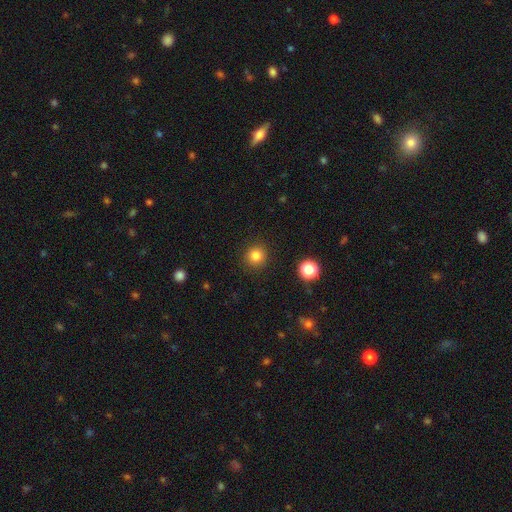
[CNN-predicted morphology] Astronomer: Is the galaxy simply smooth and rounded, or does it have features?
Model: smooth — 83%.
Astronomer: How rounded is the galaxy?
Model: round — 93%.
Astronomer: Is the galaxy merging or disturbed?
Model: none — 91%.